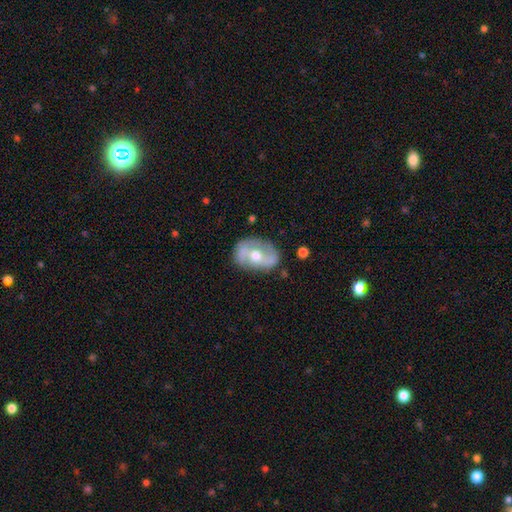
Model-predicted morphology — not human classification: Overall: featured or disk (72%). Edge-on disk: no (95%). Bar: no (42%; weak 37%). Spiral arms: yes (76%). Spiral arm count: 2 (85%). Spiral winding: loose (47%; medium 36%). Bulge size: moderate (73%). Merging: none (75%).